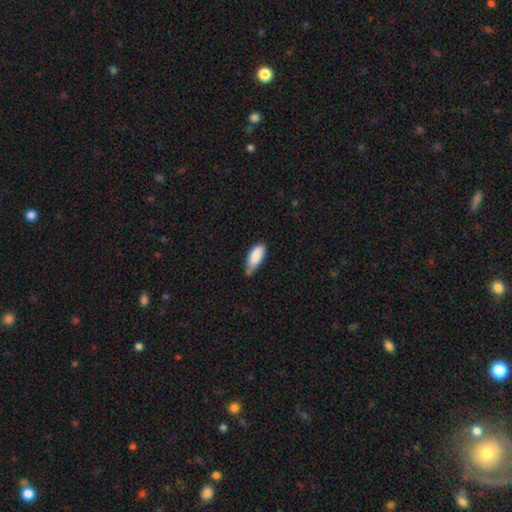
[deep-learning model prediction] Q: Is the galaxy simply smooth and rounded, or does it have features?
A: smooth — 86%.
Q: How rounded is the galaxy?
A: in between — 80%.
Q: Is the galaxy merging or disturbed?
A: none — 45%.